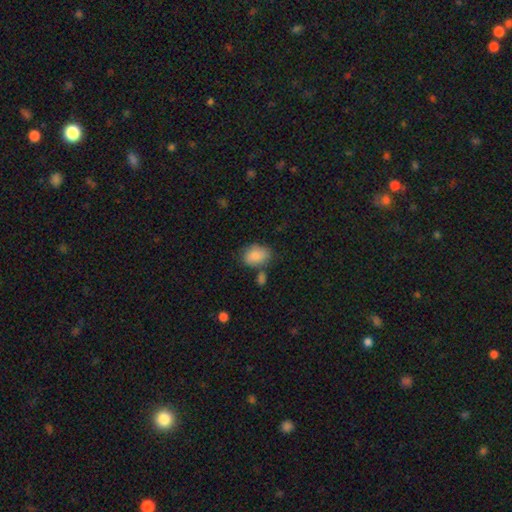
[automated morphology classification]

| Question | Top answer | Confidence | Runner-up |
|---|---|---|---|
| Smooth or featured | smooth | 86% | featured or disk (7%) |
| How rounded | in between | 77% | round (22%) |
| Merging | none | 64% | minor disturbance (19%) |